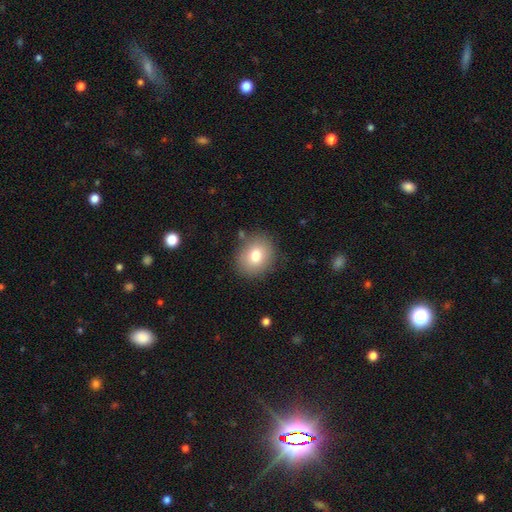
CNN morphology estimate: type=smooth (77%); roundness=round (63%); merging=none (84%).